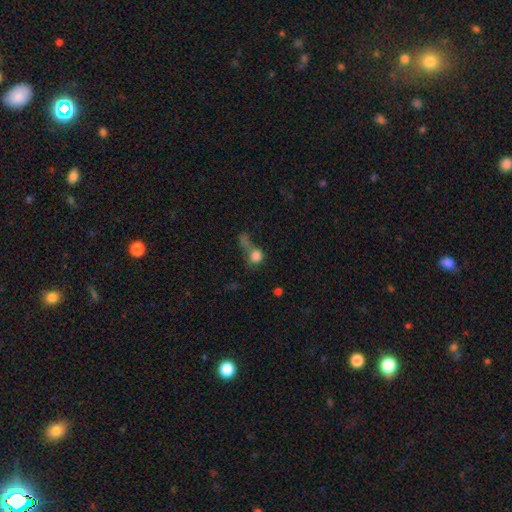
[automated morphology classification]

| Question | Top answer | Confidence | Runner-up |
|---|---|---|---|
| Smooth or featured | smooth | 76% | star or artifact (13%) |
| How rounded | round | 63% | in between (34%) |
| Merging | merger | 48% | none (25%) |